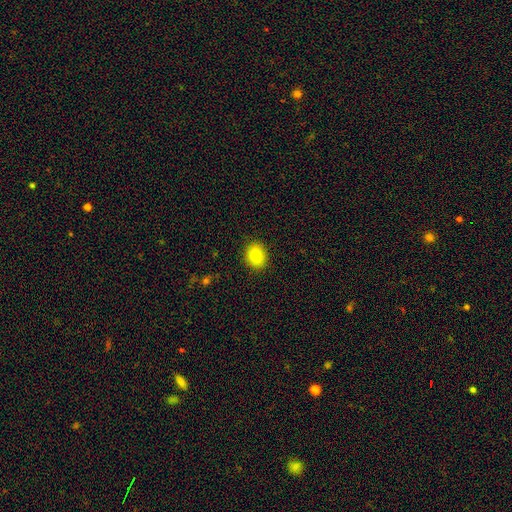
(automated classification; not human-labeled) smooth_or_featured: smooth (p=0.81) [alt: star or artifact p=0.10]
how_rounded: round (p=0.65) [alt: in between p=0.34]
merging: none (p=0.91) [alt: minor disturbance p=0.07]